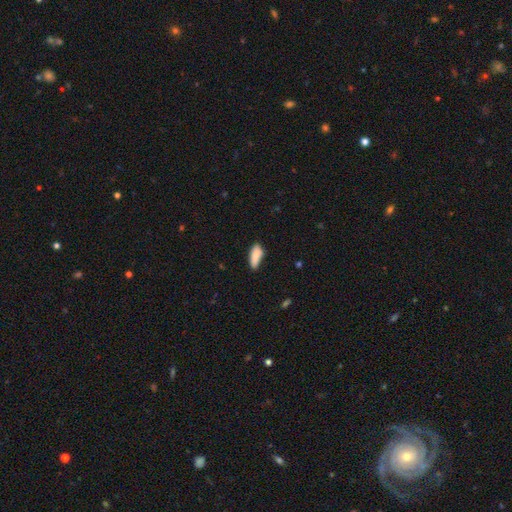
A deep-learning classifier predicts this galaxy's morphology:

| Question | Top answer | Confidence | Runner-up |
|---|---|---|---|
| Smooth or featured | smooth | 86% | featured or disk (7%) |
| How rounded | in between | 73% | cigar-shaped (25%) |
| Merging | none | 70% | minor disturbance (24%) |